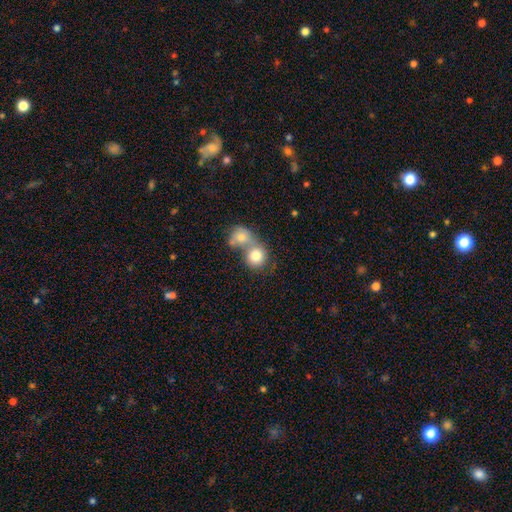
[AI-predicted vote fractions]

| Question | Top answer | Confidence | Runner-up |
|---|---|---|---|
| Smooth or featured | smooth | 79% | featured or disk (13%) |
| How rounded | round | 81% | in between (18%) |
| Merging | merger | 62% | none (28%) |